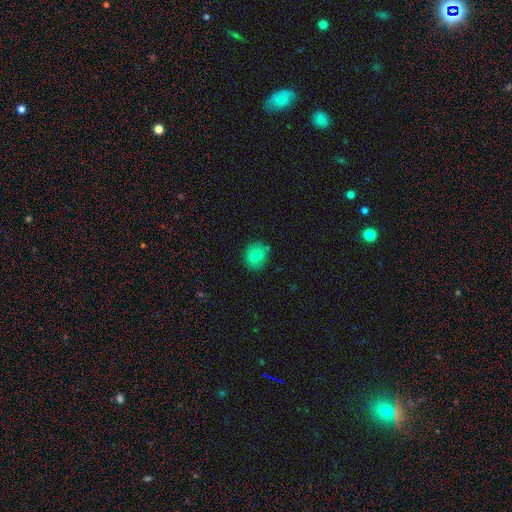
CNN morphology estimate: Q: Smooth or featured?
A: smooth (79%); runner-up: featured or disk (11%)
Q: How rounded?
A: round (68%); runner-up: in between (31%)
Q: Merging?
A: none (84%); runner-up: minor disturbance (12%)